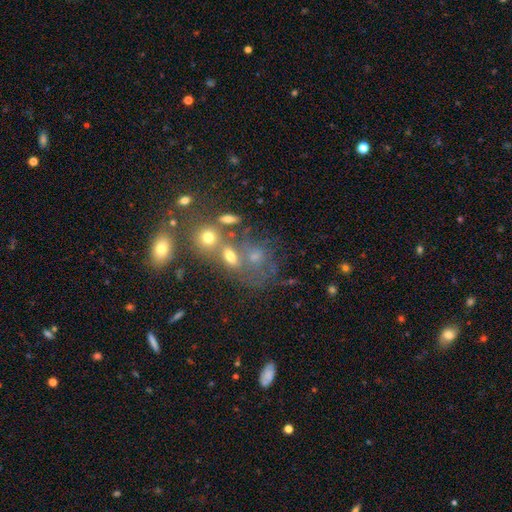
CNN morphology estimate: Smooth or featured? smooth (57%)
How rounded? in between (53%)
Merging? merger (44%)